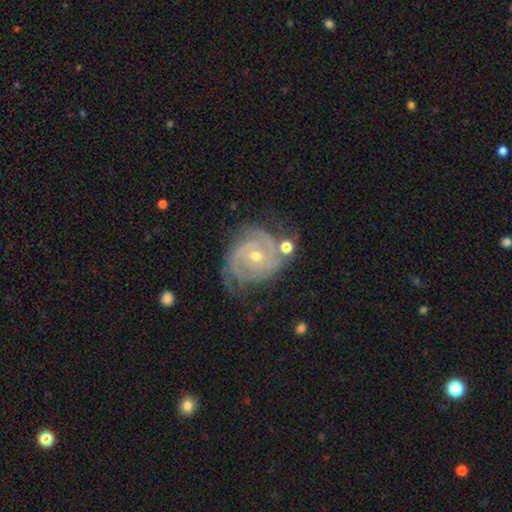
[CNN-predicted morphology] smooth_or_featured: featured or disk (p=0.89) [alt: smooth p=0.05]
disk_edge_on: no (p=0.97) [alt: yes p=0.03]
bar: no (p=0.64) [alt: weak p=0.28]
has_spiral_arms: yes (p=0.97) [alt: no p=0.03]
spiral_winding: tight (p=0.72) [alt: medium p=0.24]
spiral_arm_count: 2 (p=0.39) [alt: 3 p=0.29]
bulge_size: small (p=0.52) [alt: moderate p=0.46]
merging: none (p=0.62) [alt: minor disturbance p=0.24]